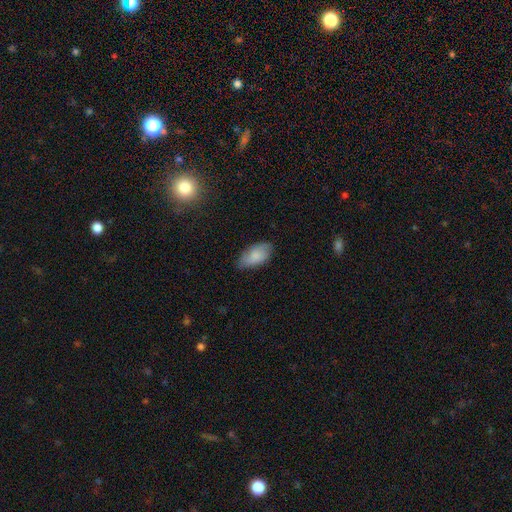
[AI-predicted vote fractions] This appears to be a smooth galaxy with no disk features (83%) that is in between round and cigar-shaped (93%). Merging: none (71%).